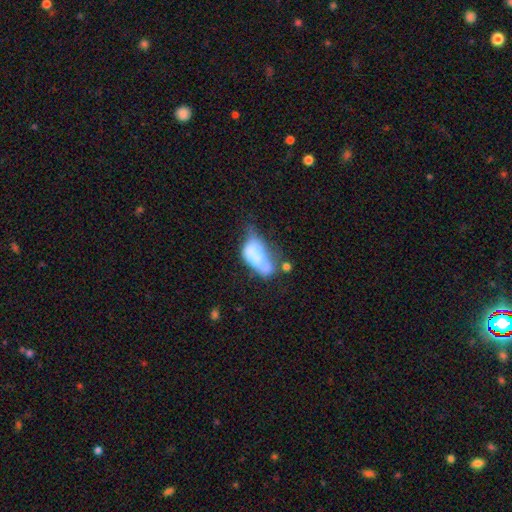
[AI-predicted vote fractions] Overall: smooth (59%; featured or disk 32%). How rounded: in between (86%). Merging: merger (31%; major disturbance 28%).